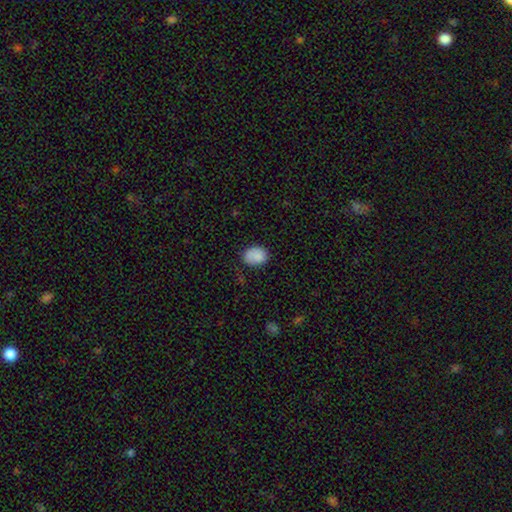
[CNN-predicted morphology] Smooth or featured: smooth — 87% (star or artifact — 8%)
How rounded: in between — 63% (round — 36%)
Merging: none — 72% (minor disturbance — 21%)